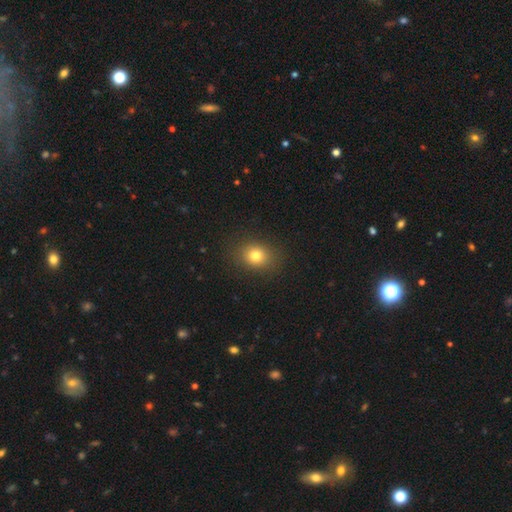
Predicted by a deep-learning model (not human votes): smooth-or-featured: smooth: 78% | star or artifact: 13% | featured or disk: 9%
  how-rounded: round: 58% | in between: 41% | cigar-shaped: 1%
  merging: none: 87% | minor disturbance: 8% | major disturbance: 3% | merger: 1%